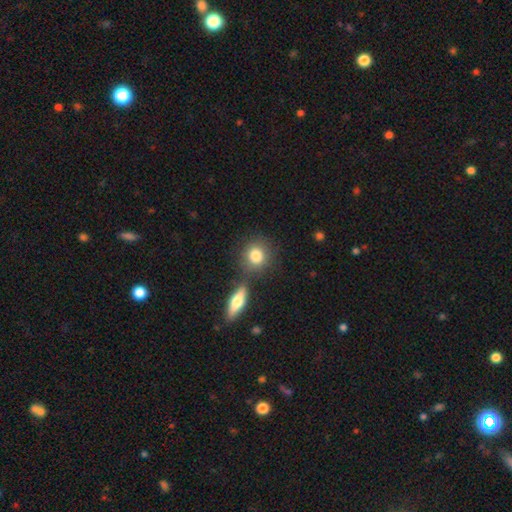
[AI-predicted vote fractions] smooth-or-featured: smooth: 83% | featured or disk: 9% | star or artifact: 8%
  how-rounded: round: 74% | in between: 23% | cigar-shaped: 2%
  merging: none: 68% | merger: 19% | minor disturbance: 10% | major disturbance: 3%